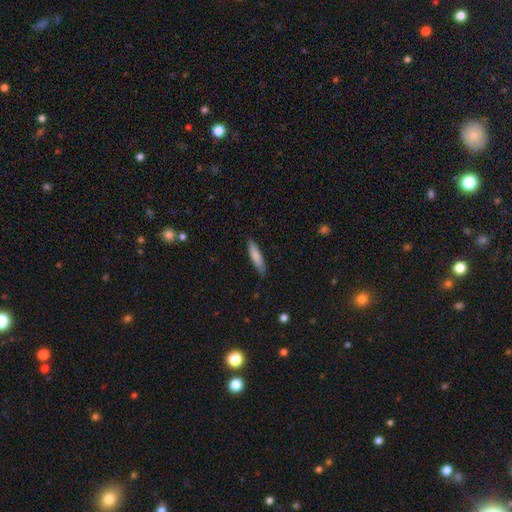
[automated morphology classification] Smooth or featured: smooth — 81% (featured or disk — 14%)
How rounded: cigar-shaped — 82% (in between — 17%)
Merging: none — 86% (minor disturbance — 11%)